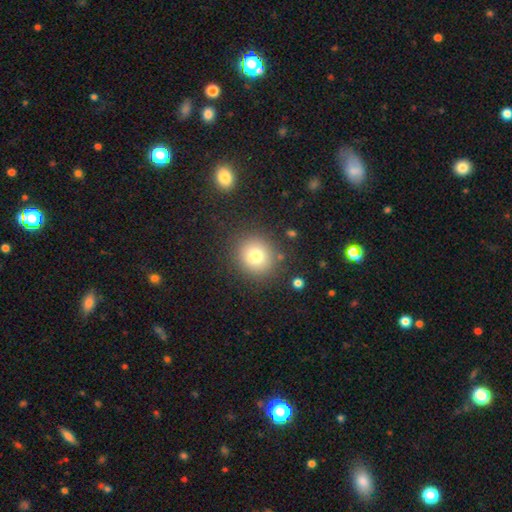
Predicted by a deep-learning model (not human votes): Smooth or featured?
  - smooth: 77% *
  - star or artifact: 12%
  - featured or disk: 10%
How rounded?
  - round: 88% *
  - in between: 11%
  - cigar-shaped: 1%
Merging?
  - none: 85% *
  - minor disturbance: 9%
  - major disturbance: 4%
  - merger: 3%